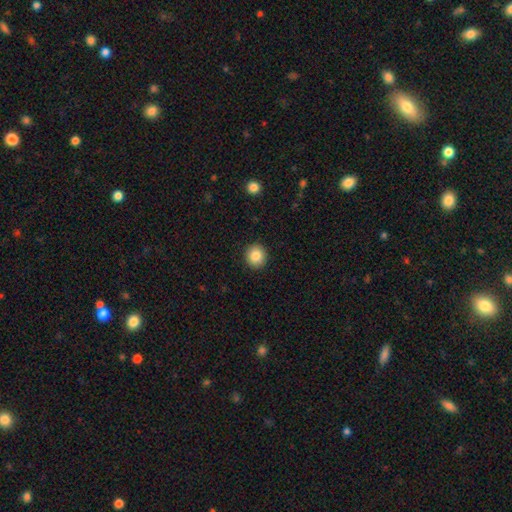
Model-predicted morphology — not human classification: smooth-or-featured: smooth: 85% | star or artifact: 9% | featured or disk: 6%
  how-rounded: round: 89% | in between: 10% | cigar-shaped: 1%
  merging: none: 92% | minor disturbance: 5% | major disturbance: 2% | merger: 1%